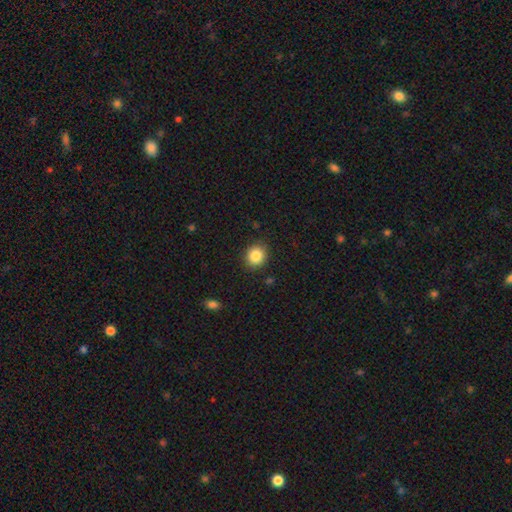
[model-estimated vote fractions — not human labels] smooth-or-featured: smooth: 86% | star or artifact: 10% | featured or disk: 5%
  how-rounded: round: 80% | in between: 19% | cigar-shaped: 1%
  merging: none: 88% | minor disturbance: 8% | major disturbance: 2% | merger: 1%